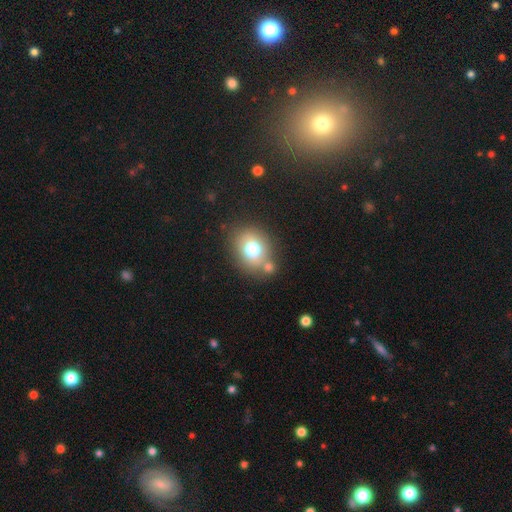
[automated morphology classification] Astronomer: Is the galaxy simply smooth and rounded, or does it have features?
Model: smooth — 70%.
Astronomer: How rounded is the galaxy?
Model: round — 56% (runner-up: in between, 43%).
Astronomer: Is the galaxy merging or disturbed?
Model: none — 68%.